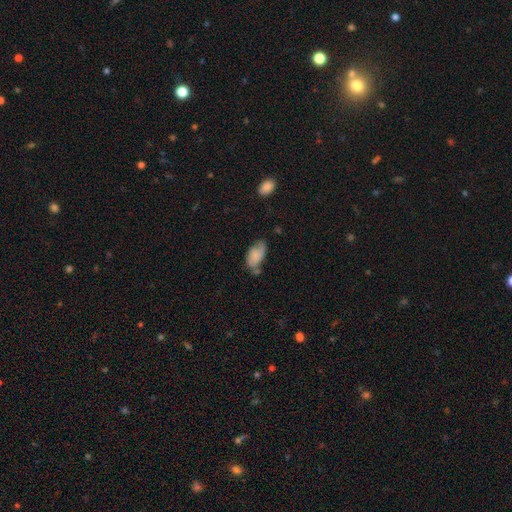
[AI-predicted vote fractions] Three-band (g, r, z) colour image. It shows a smooth galaxy with no disk features (70%) that is in between round and cigar-shaped (93%). Merging: none (43%).